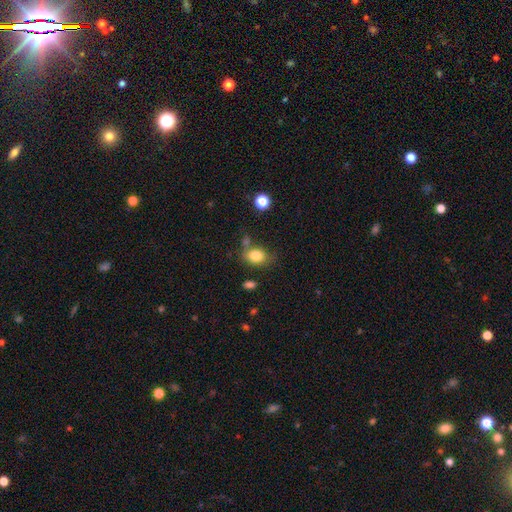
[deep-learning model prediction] The model was most divided on "how rounded": in between: 65%, round: 34%, cigar-shaped: 1%. More confident: smooth or featured — smooth (81%); merging — none (64%).